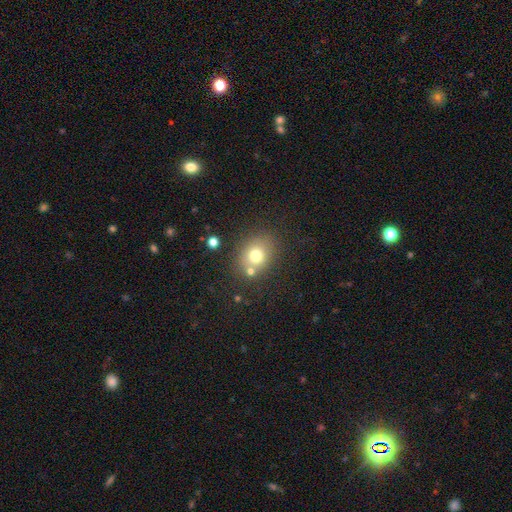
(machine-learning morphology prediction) A smooth galaxy with no disk features (73%) that is round (57%). Merging: none (72%).